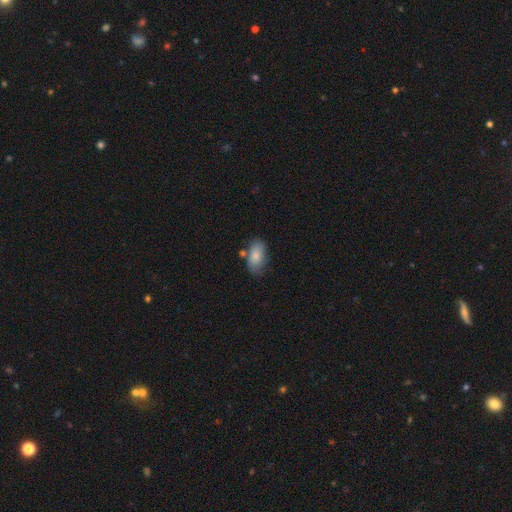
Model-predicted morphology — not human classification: smooth_or_featured: smooth (p=0.81) [alt: featured or disk p=0.12]
how_rounded: in between (p=0.92) [alt: round p=0.04]
merging: none (p=0.63) [alt: minor disturbance p=0.22]